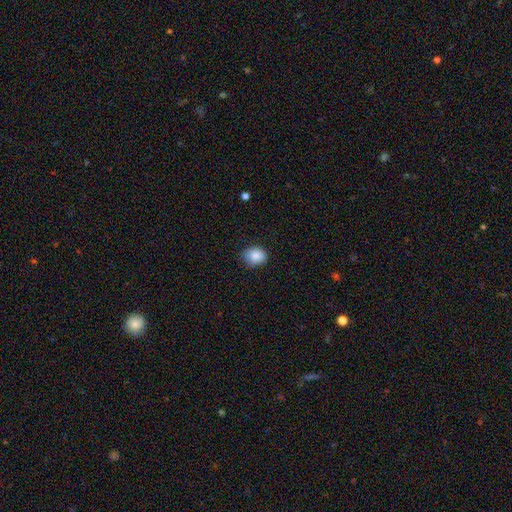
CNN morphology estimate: A smooth galaxy with no disk features (87%) that is round (57%). Merging: none (76%).